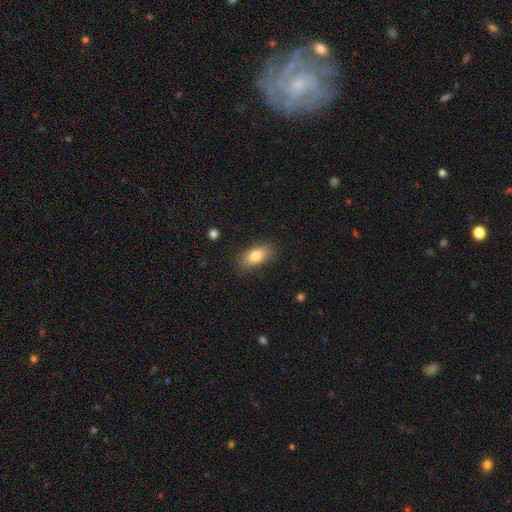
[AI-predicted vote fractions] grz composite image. It shows a smooth galaxy with no disk features (81%) that is in between round and cigar-shaped (87%). Merging: none (85%).